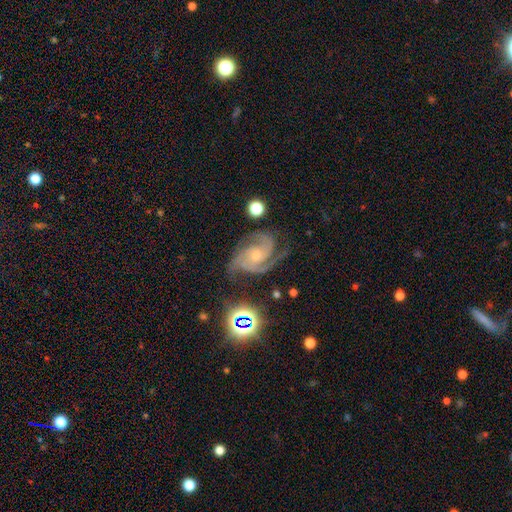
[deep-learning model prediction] A featured or disk galaxy (88%) with no bar (70%), 3 (61%) medium (49%) spiral arms (98%) and a small central bulge (55%). Merging: none (65%).